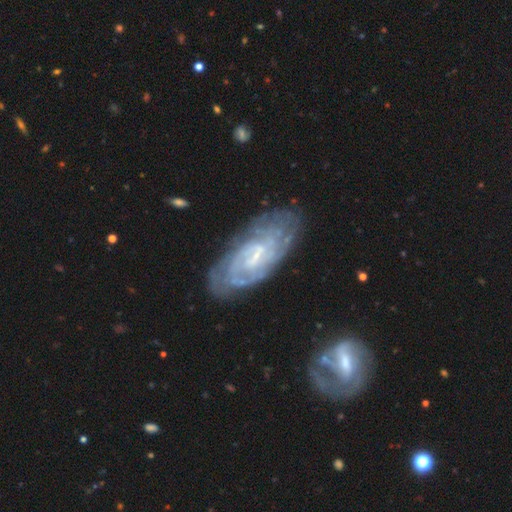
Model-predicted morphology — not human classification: The model was most divided on "bar": weak: 50%, no: 29%, strong: 21%. More confident: edge-on disk — no (92%); spiral arms — yes (90%); smooth or featured — featured or disk (81%); merging — none (72%); spiral winding — tight (65%); bulge size — small (55%); spiral arm count — can't tell (52%).